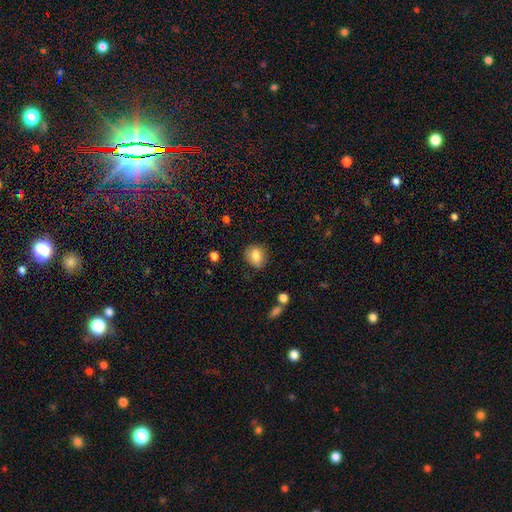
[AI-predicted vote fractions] This appears to be a smooth galaxy with no disk features (84%) that is round (61%). Merging: none (76%).